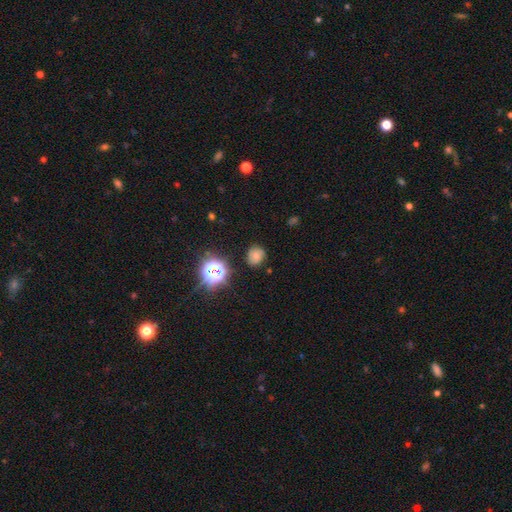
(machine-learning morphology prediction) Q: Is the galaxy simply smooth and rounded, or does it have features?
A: smooth — 64%.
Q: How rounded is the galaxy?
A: round — 70%.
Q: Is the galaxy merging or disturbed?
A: none — 79%.